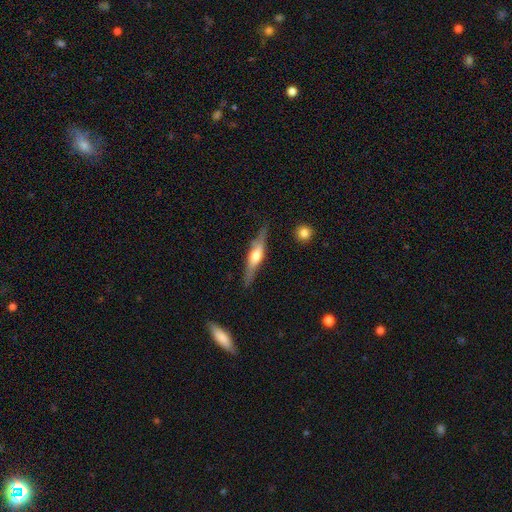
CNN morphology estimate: smooth_or_featured: featured or disk (p=0.68) [alt: smooth p=0.26]
disk_edge_on: yes (p=0.95) [alt: no p=0.05]
edge_on_bulge: rounded (p=0.87) [alt: boxy p=0.10]
merging: none (p=0.82) [alt: minor disturbance p=0.13]